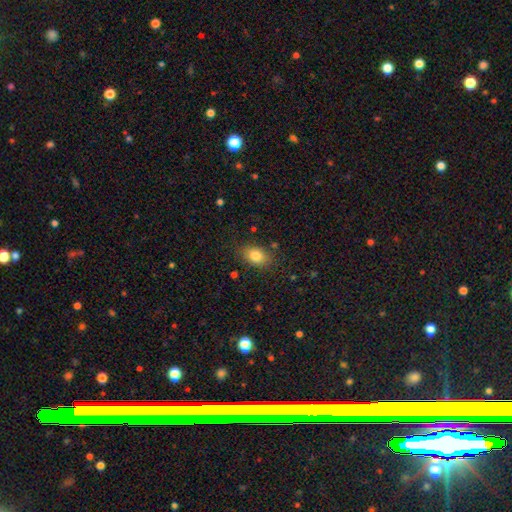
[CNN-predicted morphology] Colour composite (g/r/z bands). It shows a smooth galaxy with no disk features (82%) that is in between round and cigar-shaped (81%). Merging: none (82%).